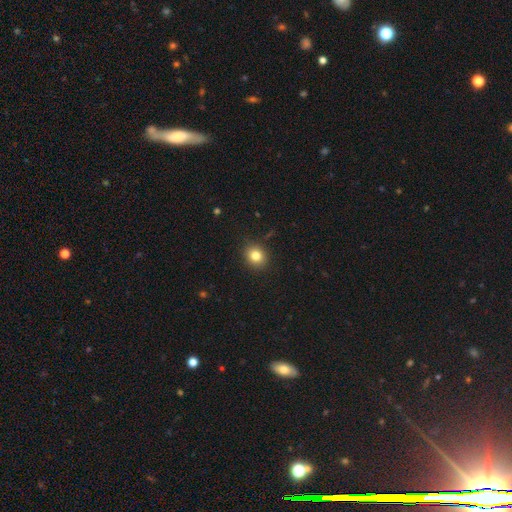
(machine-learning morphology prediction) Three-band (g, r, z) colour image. It shows a smooth galaxy with no disk features (81%) that is round (70%). Merging: none (88%).